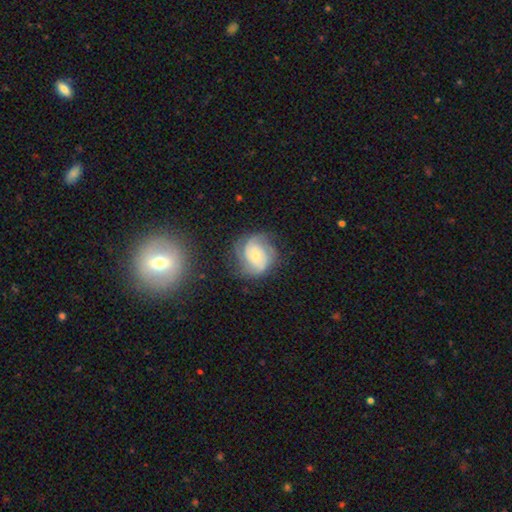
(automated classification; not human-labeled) smooth_or_featured: featured or disk (p=0.79) [alt: smooth p=0.14]
disk_edge_on: no (p=0.98) [alt: yes p=0.02]
bar: no (p=0.73) [alt: weak p=0.22]
has_spiral_arms: yes (p=0.94) [alt: no p=0.06]
spiral_winding: tight (p=0.55) [alt: medium p=0.35]
spiral_arm_count: 3 (p=0.34) [alt: 2 p=0.26]
bulge_size: small (p=0.68) [alt: moderate p=0.26]
merging: none (p=0.65) [alt: minor disturbance p=0.20]